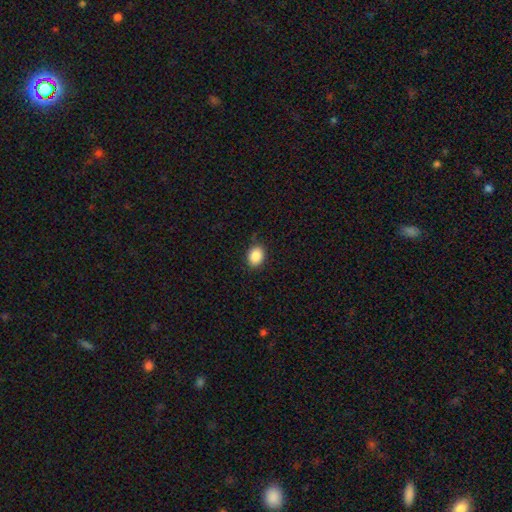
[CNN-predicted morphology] Smooth or featured? Predicted: smooth (p=0.88). How rounded? Predicted: in between (p=0.60). Merging? Predicted: none (p=0.86).